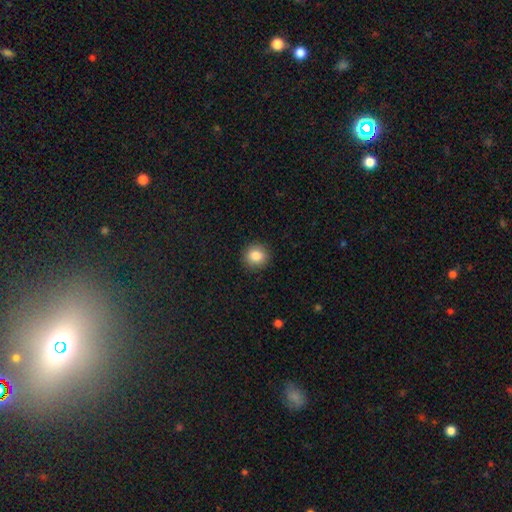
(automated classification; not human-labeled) smooth-or-featured: smooth: 85% | star or artifact: 9% | featured or disk: 5%
  how-rounded: round: 89% | in between: 10% | cigar-shaped: 1%
  merging: none: 91% | minor disturbance: 6% | major disturbance: 2% | merger: 1%